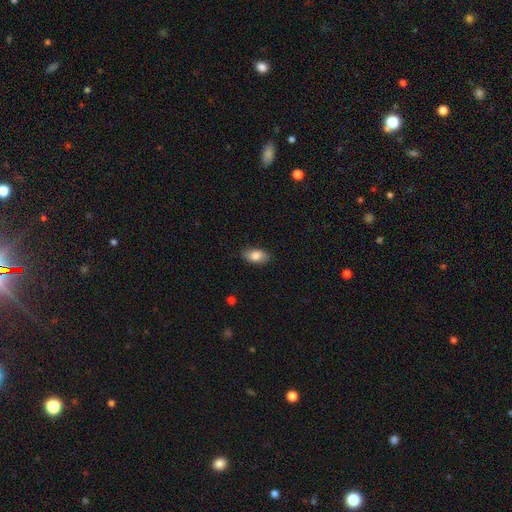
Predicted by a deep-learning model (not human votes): Smooth or featured? Predicted: smooth (p=0.83). How rounded? Predicted: in between (p=0.91). Merging? Predicted: none (p=0.86).